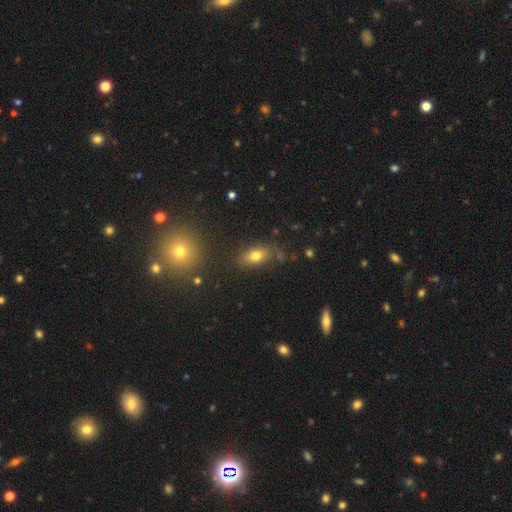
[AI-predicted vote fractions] A smooth galaxy with no disk features (74%) that is in between round and cigar-shaped (82%). Merging: none (77%).